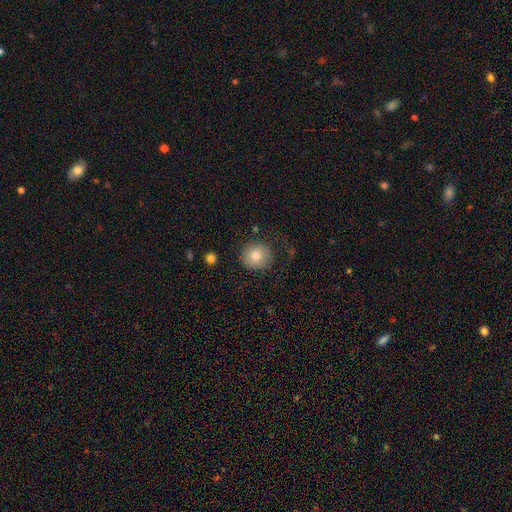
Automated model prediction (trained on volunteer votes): Smooth or featured?
  - smooth: 80% *
  - featured or disk: 11%
  - star or artifact: 9%
How rounded?
  - round: 88% *
  - in between: 11%
  - cigar-shaped: 1%
Merging?
  - none: 82% *
  - minor disturbance: 12%
  - major disturbance: 4%
  - merger: 2%